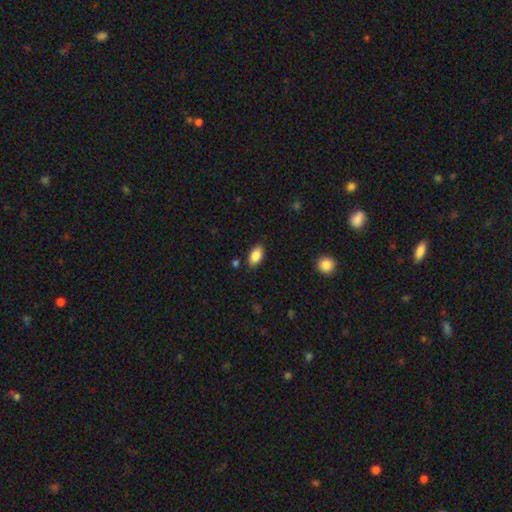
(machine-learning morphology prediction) Smooth or featured? Predicted: smooth (p=0.87). How rounded? Predicted: in between (p=0.93). Merging? Predicted: none (p=0.87).